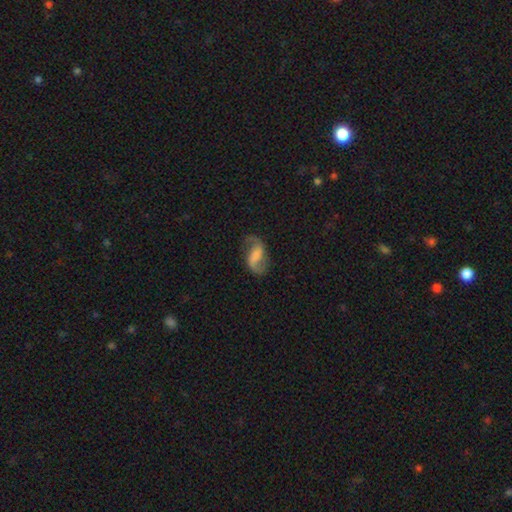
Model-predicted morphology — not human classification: featured or disk 72%, smooth 20%, star or artifact 8%. Down the decision tree: edge-on disk — no (97%); bar — weak (42%); spiral arms — yes (93%); spiral arm count — 2 (90%); spiral winding — loose (60%); bulge size — none (46%); merging — none (70%).